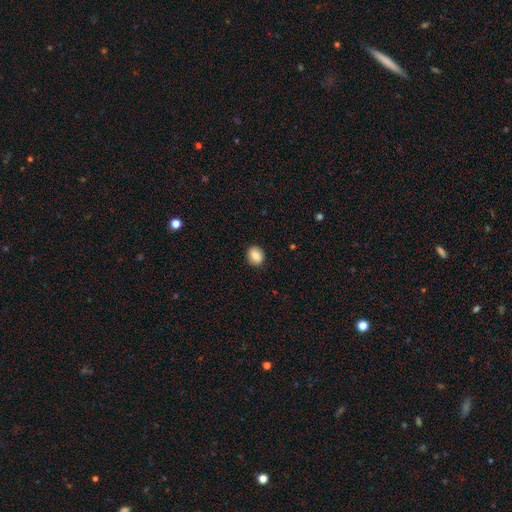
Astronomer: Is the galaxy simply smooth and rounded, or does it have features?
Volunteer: smooth — 79%.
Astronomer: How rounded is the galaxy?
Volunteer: round — 60% (runner-up: in between, 40%).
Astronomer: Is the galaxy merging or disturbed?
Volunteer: none — 97%.